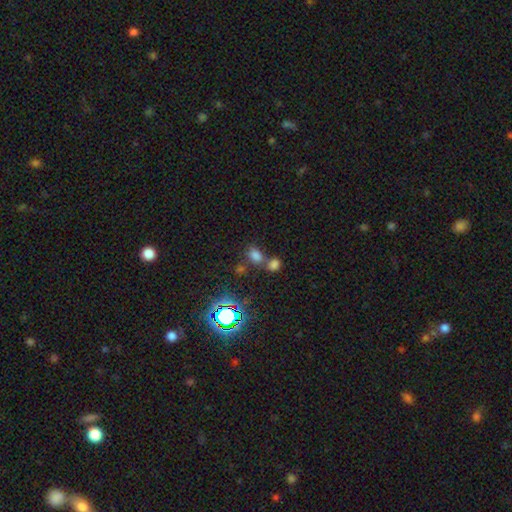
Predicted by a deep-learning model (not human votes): This appears to be a smooth galaxy with no disk features (67%) that is in between round and cigar-shaped (73%). Merging: none (45%).